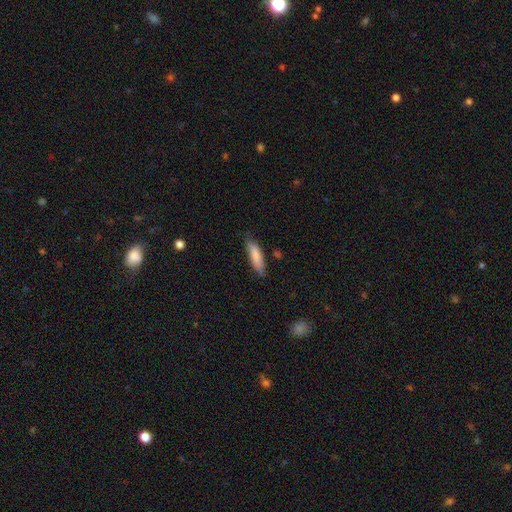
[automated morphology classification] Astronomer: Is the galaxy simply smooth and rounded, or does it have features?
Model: smooth — 82%.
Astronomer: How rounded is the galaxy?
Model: cigar-shaped — 66%.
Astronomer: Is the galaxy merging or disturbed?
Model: none — 74%.